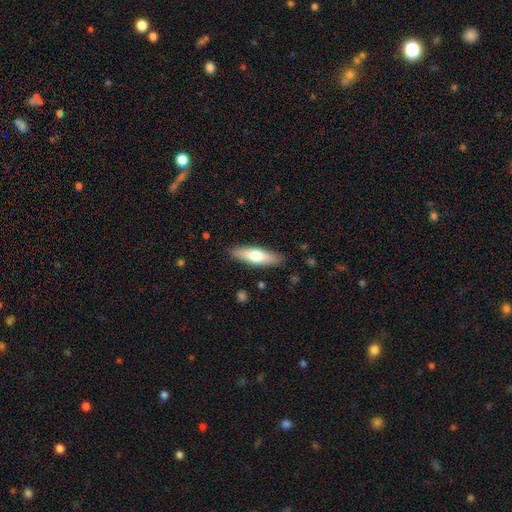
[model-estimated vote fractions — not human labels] Smooth or featured?
  - smooth: 62% *
  - featured or disk: 32%
  - star or artifact: 5%
How rounded?
  - cigar-shaped: 57% *
  - in between: 41%
  - round: 2%
Merging?
  - none: 88% *
  - minor disturbance: 9%
  - major disturbance: 2%
  - merger: 1%